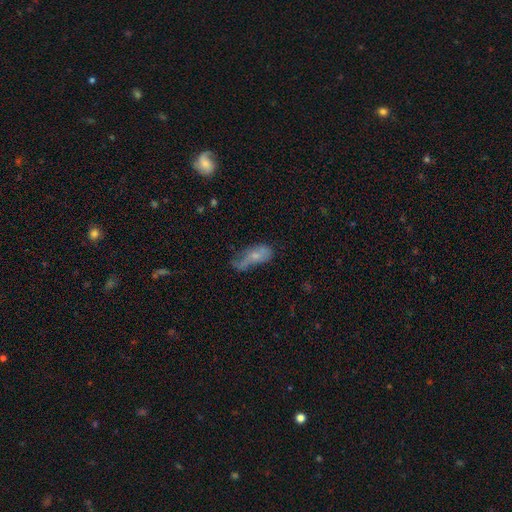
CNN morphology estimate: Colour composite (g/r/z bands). It shows a smooth galaxy with no disk features (54%) that is in between round and cigar-shaped (80%). Merging: major disturbance (32%, tied with minor disturbance).